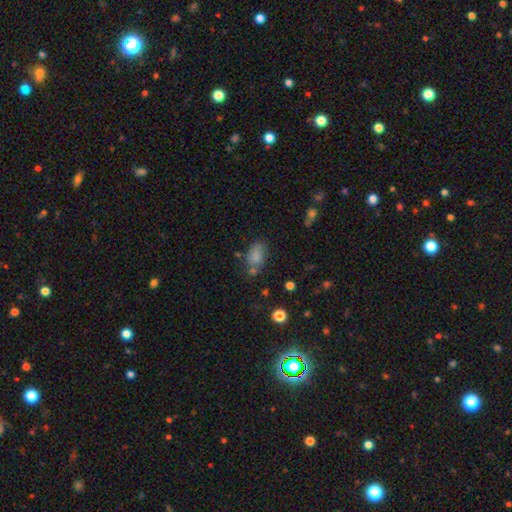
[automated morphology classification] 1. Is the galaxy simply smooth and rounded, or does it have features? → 78% smooth, 12% star or artifact, 10% featured or disk.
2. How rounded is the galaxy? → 87% in between, 11% round, 2% cigar-shaped.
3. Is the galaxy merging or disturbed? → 53% none, 23% minor disturbance, 14% merger, 10% major disturbance.